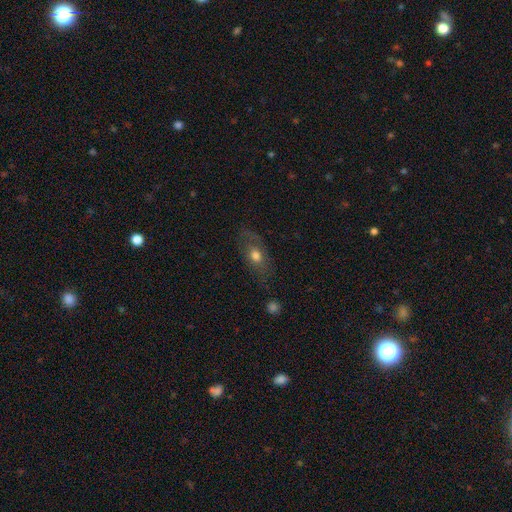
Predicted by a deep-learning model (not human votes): A smooth galaxy with no disk features (58%) that is in between round and cigar-shaped (79%).

Vote fractions:
- Smooth or featured? smooth: 58% / featured or disk: 33% / star or artifact: 9%
- How rounded? in between: 79% / round: 13% / cigar-shaped: 8%
- Merging? none: 73% / minor disturbance: 18% / major disturbance: 7% / merger: 2%